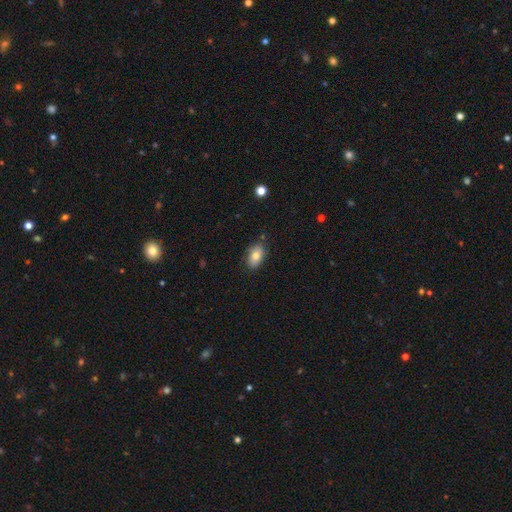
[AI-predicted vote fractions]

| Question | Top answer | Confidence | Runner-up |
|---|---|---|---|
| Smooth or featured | smooth | 75% | featured or disk (16%) |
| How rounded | in between | 90% | round (8%) |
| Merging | none | 80% | minor disturbance (15%) |